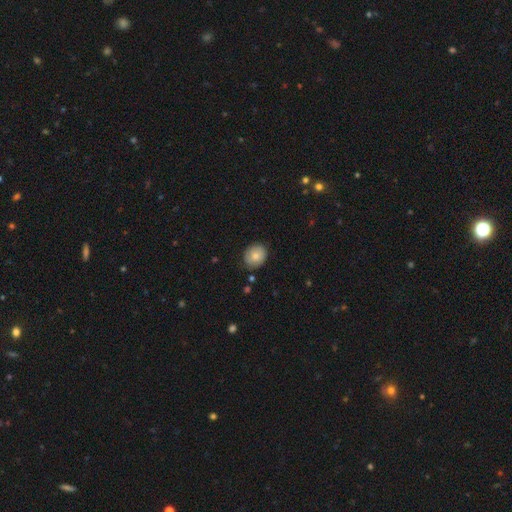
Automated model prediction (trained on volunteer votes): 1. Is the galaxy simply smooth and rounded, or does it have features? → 79% smooth, 13% featured or disk, 8% star or artifact.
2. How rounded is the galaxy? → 71% round, 29% in between, 1% cigar-shaped.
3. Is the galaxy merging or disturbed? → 83% none, 13% minor disturbance, 2% major disturbance, 2% merger.